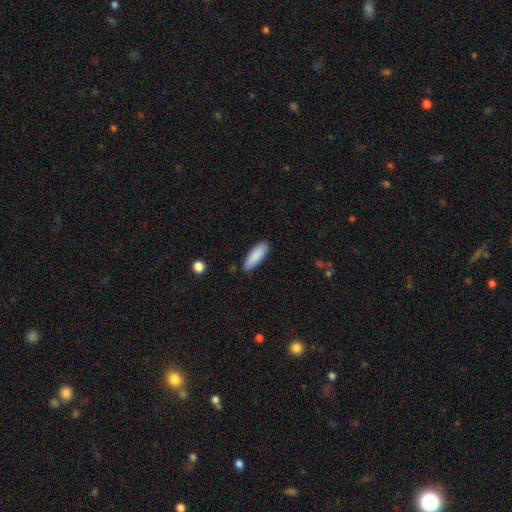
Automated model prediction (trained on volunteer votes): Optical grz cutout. It shows a smooth galaxy with no disk features (88%) that is in between round and cigar-shaped (55%). Merging: none (83%).